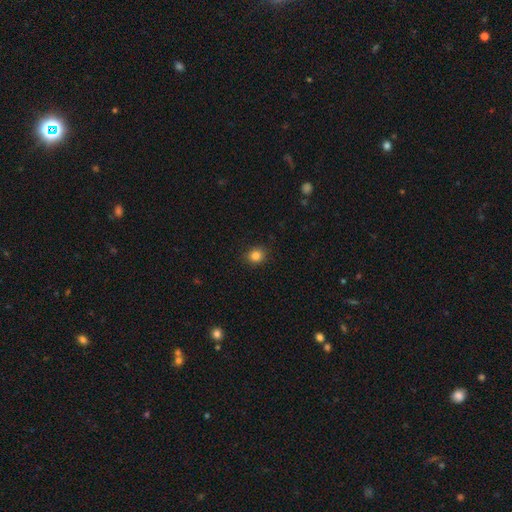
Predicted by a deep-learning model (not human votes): This appears to be a smooth galaxy with no disk features (84%) that is round (78%). Merging: none (89%).